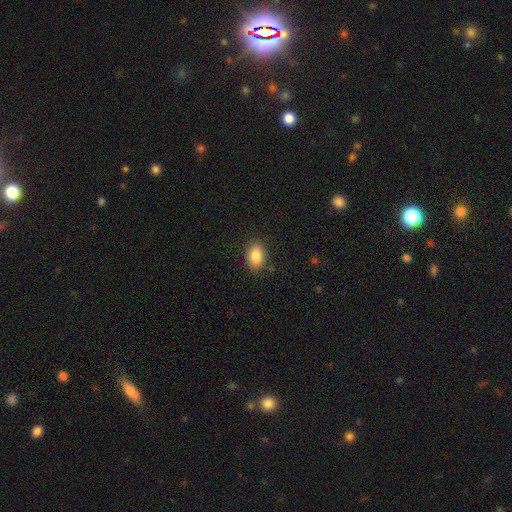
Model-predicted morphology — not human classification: smooth 85%, star or artifact 8%, featured or disk 7%. Down the decision tree: how rounded — in between (86%); merging — none (85%).